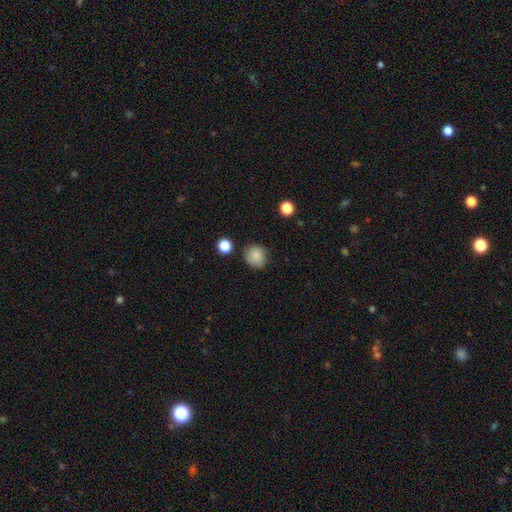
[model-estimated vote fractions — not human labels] Overall: smooth (86%). How rounded: round (85%). Merging: none (80%).